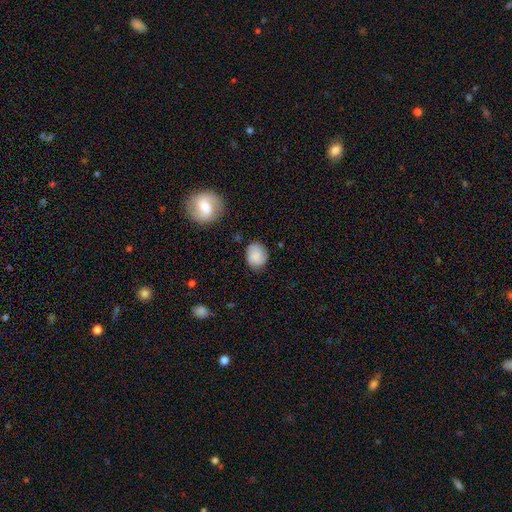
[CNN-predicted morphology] This is likely a smooth galaxy (72%). How rounded: likely round (62%). Merging: likely none (74%).